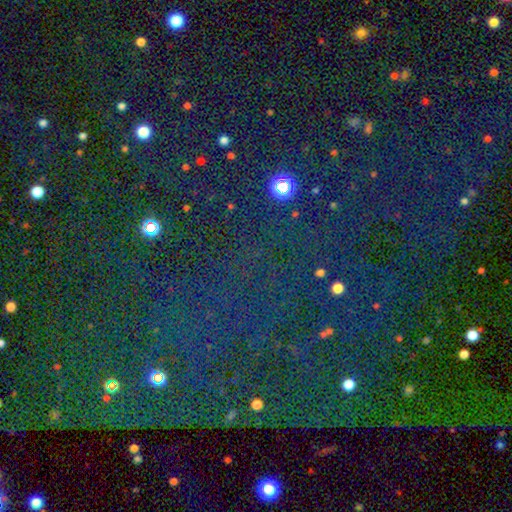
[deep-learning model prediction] A star or artifact, not a galaxy (79%).